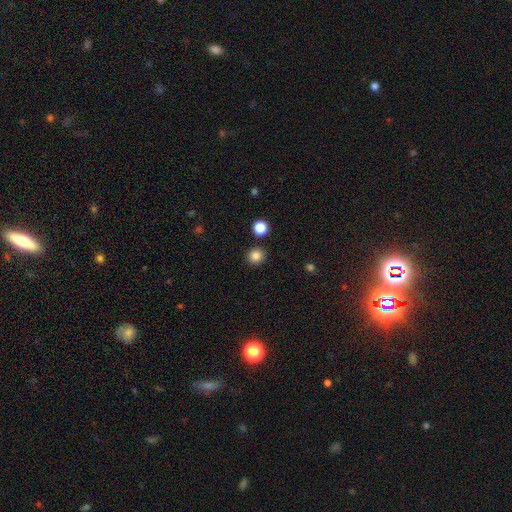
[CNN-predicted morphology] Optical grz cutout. It shows a smooth galaxy with no disk features (84%) that is round (93%). Merging: none (90%).